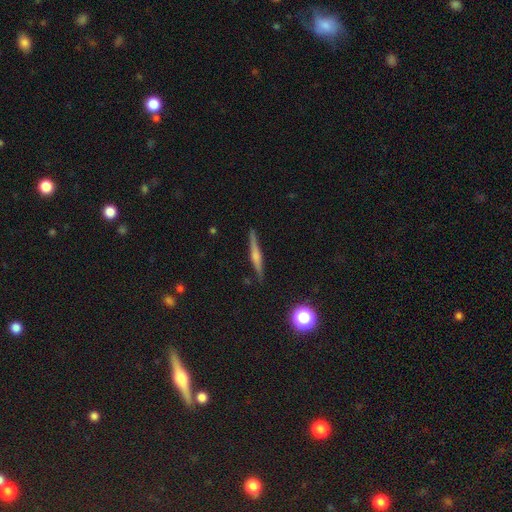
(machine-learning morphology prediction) smooth-or-featured: featured or disk: 64% | smooth: 27% | star or artifact: 9%
  disk-edge-on: yes: 98% | no: 2%
    edge-on-bulge: rounded: 69% | boxy: 16% | none: 15%
  merging: none: 90% | minor disturbance: 7% | major disturbance: 2% | merger: 1%